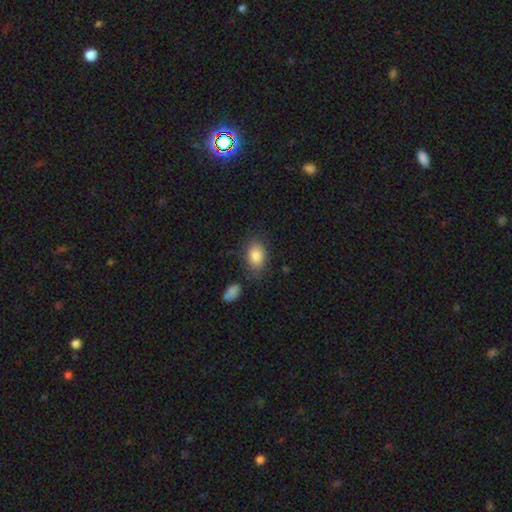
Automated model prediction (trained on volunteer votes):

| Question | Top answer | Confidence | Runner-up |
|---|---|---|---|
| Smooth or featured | smooth | 83% | featured or disk (9%) |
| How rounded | in between | 83% | round (16%) |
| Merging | none | 71% | minor disturbance (18%) |